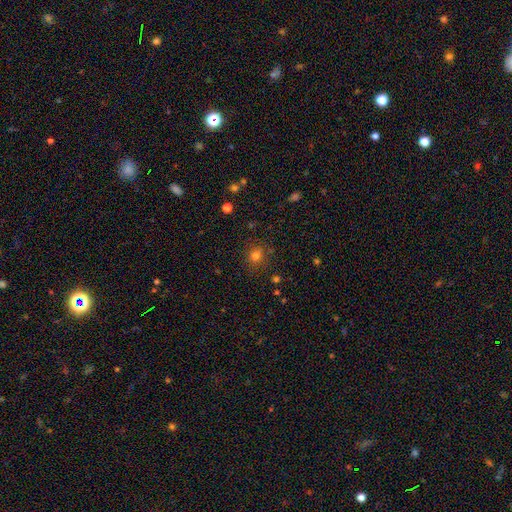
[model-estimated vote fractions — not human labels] smooth 76%, star or artifact 18%, featured or disk 6%. Down the decision tree: how rounded — round (84%); merging — none (84%).